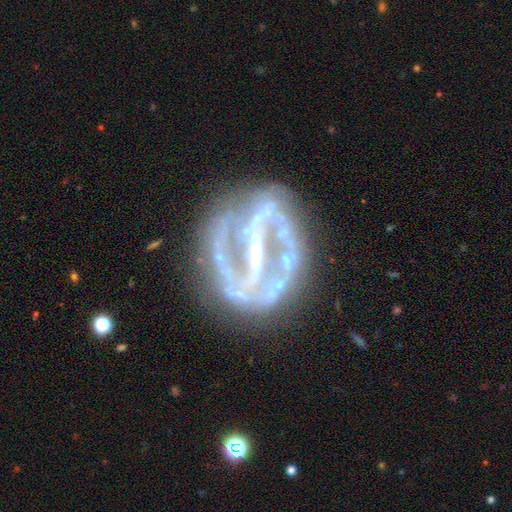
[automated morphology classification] Smooth or featured?
  - featured or disk: 87% *
  - star or artifact: 7%
  - smooth: 6%
Edge-on disk?
  - no: 96% *
  - yes: 4%
Bar?
  - strong: 72% *
  - weak: 18%
  - no: 10%
Spiral arms?
  - yes: 77% *
  - no: 23%
Spiral winding?
  - tight: 41% *
  - medium: 39%
  - loose: 20%
Spiral arm count?
  - 2: 64% *
  - can't tell: 17%
  - 3: 8%
  - 1: 5%
  - 4: 3%
  - more than 4: 3%
Bulge size?
  - small: 54% *
  - moderate: 25%
  - none: 17%
  - large: 3%
  - dominant: 2%
Merging?
  - none: 63% *
  - minor disturbance: 18%
  - major disturbance: 15%
  - merger: 4%